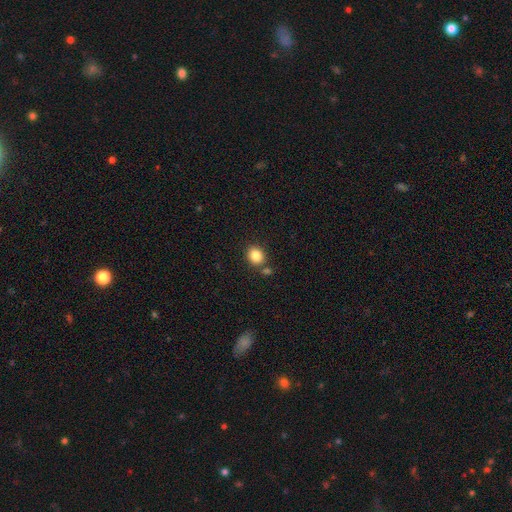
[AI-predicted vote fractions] This appears to be a smooth galaxy with no disk features (85%) that is round (72%). Merging: none (76%).